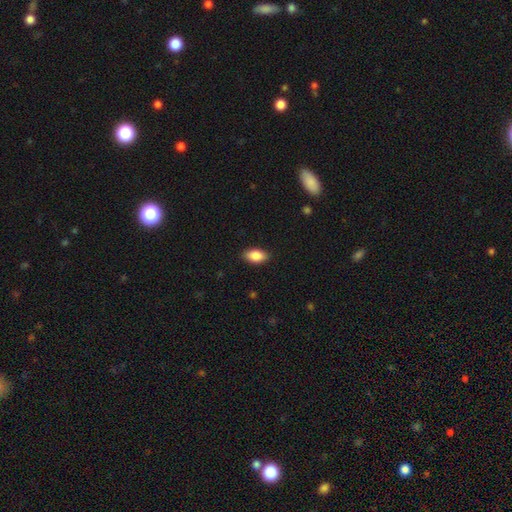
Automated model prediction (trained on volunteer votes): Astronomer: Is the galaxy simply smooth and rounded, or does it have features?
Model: smooth — 86%.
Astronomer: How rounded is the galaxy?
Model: in between — 92%.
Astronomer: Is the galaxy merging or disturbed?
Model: none — 89%.